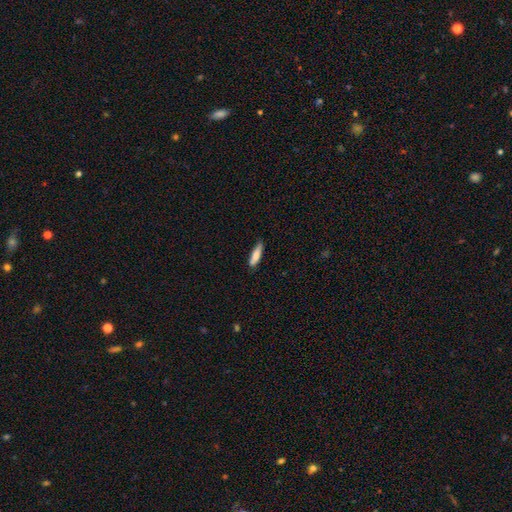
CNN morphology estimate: smooth_or_featured: smooth (p=0.81) [alt: featured or disk p=0.13]
how_rounded: cigar-shaped (p=0.66) [alt: in between p=0.32]
merging: none (p=0.69) [alt: minor disturbance p=0.23]